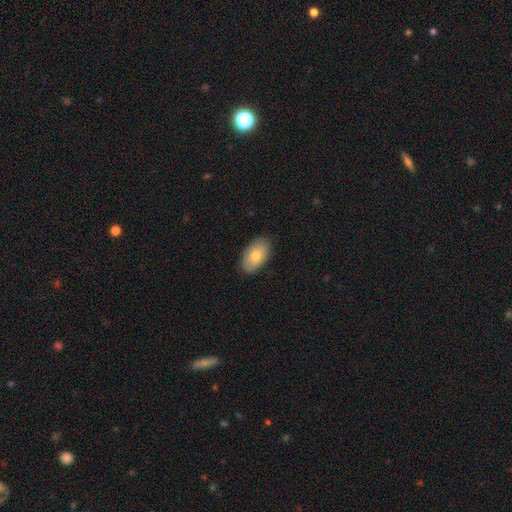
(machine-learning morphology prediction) This is likely a smooth galaxy (78%). How rounded: clearly in between (94%). Merging: clearly none (87%).